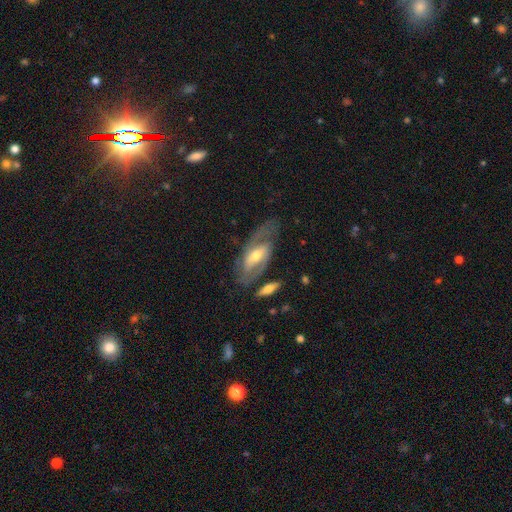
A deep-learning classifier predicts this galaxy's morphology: type=featured or disk (73%); edge-on=no (88%); bar=weak (41%); spiral arms=yes (83%); winding=medium (46%); arm count=2 (69%); bulge=moderate (56%); merging=none (56%).